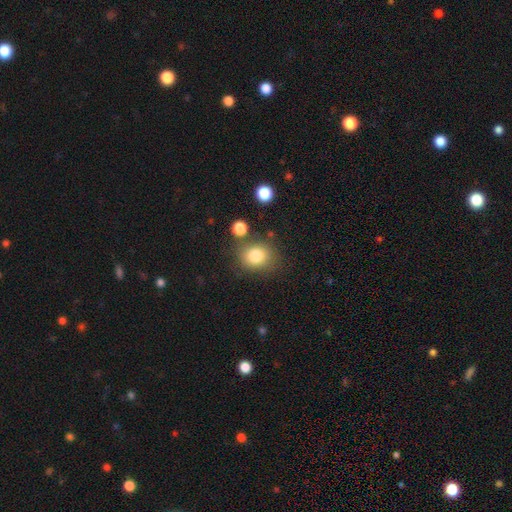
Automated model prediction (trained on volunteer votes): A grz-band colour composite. It shows a smooth galaxy with no disk features (82%) that is round (69%). Merging: none (73%).